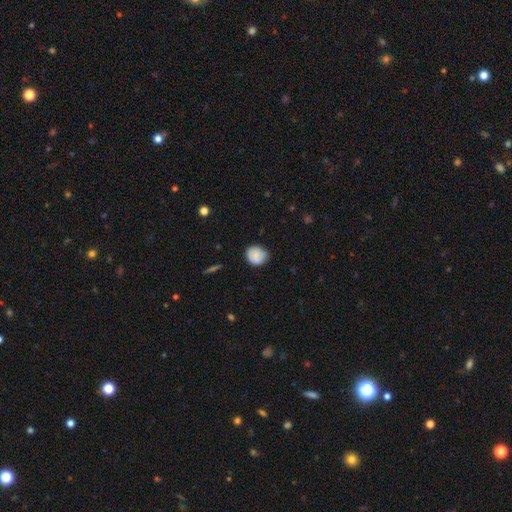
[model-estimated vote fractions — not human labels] This is likely a smooth galaxy (79%). How rounded: likely round (79%). Merging: likely none (73%).